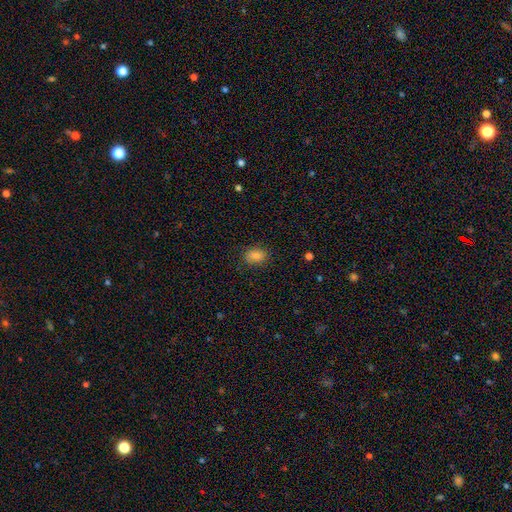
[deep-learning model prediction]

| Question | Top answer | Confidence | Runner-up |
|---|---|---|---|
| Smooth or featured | smooth | 83% | star or artifact (10%) |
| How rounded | in between | 69% | round (29%) |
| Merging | none | 82% | minor disturbance (13%) |